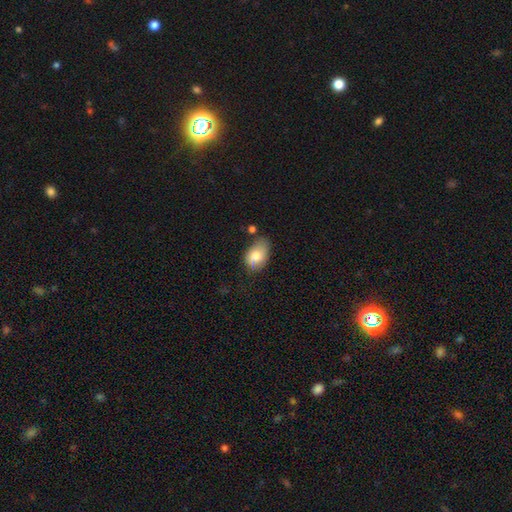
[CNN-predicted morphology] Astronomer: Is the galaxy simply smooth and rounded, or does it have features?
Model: smooth — 78%.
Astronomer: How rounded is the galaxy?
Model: in between — 84%.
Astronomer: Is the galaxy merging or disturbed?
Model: none — 52% (runner-up: minor disturbance, 32%).